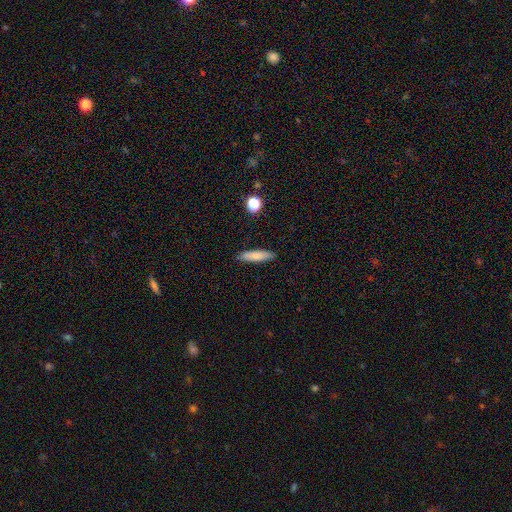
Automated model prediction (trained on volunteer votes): Smooth or featured? smooth (80%)
How rounded? cigar-shaped (76%)
Merging? none (89%)